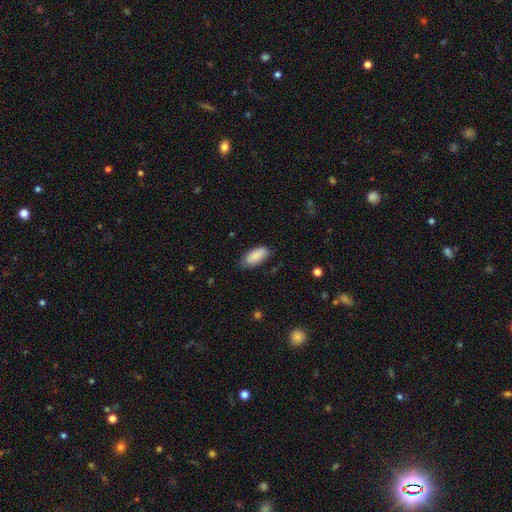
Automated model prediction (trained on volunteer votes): Q: Smooth or featured?
A: smooth (88%); runner-up: star or artifact (6%)
Q: How rounded?
A: in between (89%); runner-up: cigar-shaped (9%)
Q: Merging?
A: none (75%); runner-up: minor disturbance (20%)